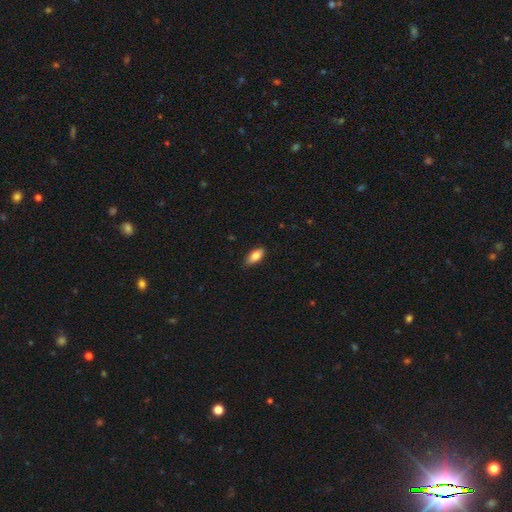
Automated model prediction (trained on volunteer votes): A smooth galaxy with no disk features (81%) that is in between round and cigar-shaped (84%). Merging: none (84%).